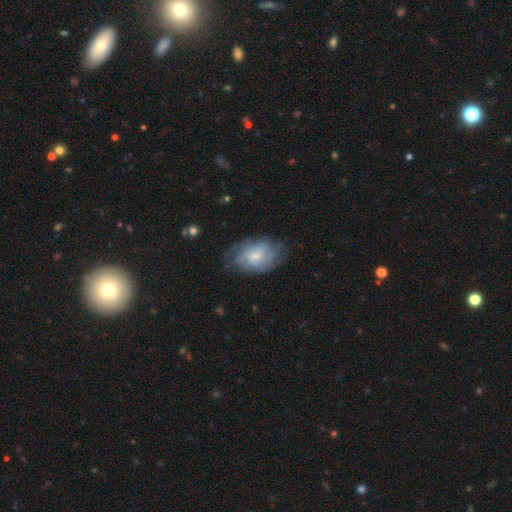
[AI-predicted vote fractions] A featured or disk galaxy (64%) with no bar (59%), tight (57%) spiral arms (85%) and a small central bulge (65%). Merging: none (68%).